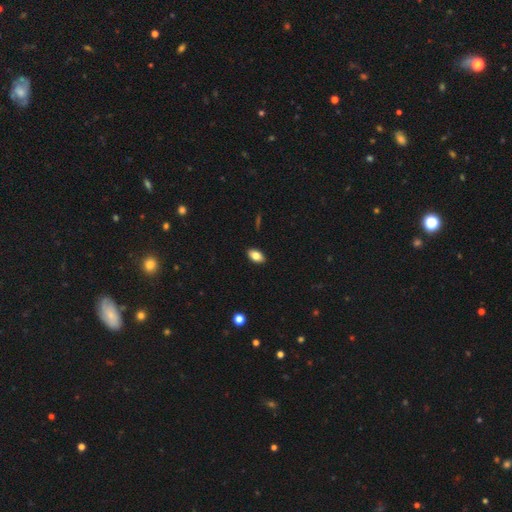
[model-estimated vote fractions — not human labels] smooth 82%, featured or disk 10%, star or artifact 8%. Down the decision tree: how rounded — in between (92%); merging — none (90%).